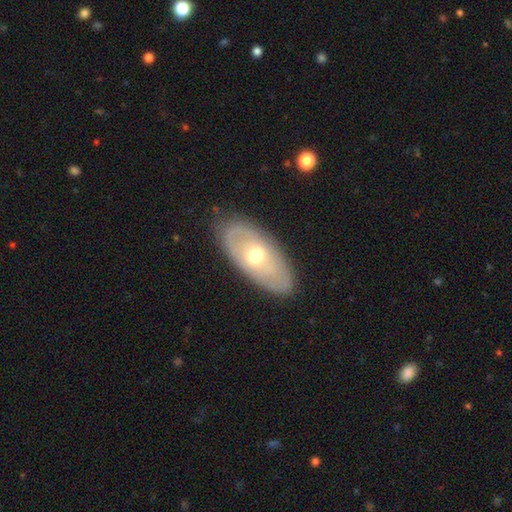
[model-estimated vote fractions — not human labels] A featured or disk galaxy (52%). Merging: none (82%).